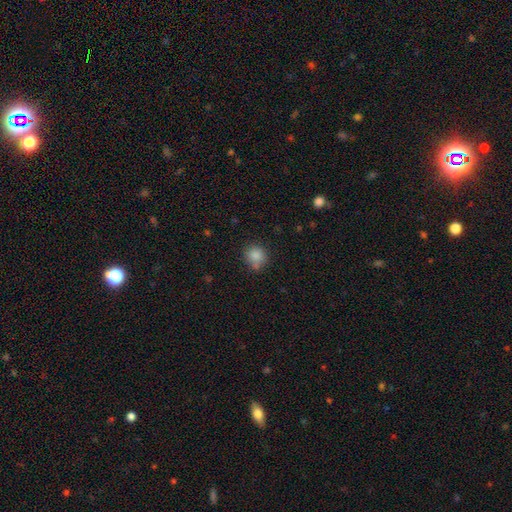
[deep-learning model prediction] Smooth or featured: smooth — 85% (star or artifact — 10%)
How rounded: round — 84% (in between — 15%)
Merging: none — 67% (minor disturbance — 20%)